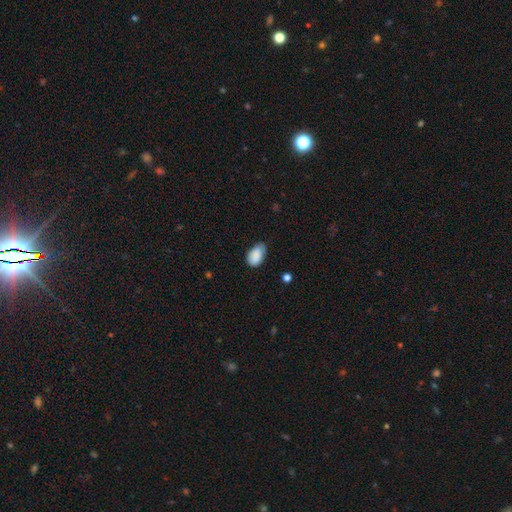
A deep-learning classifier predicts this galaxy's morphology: A smooth galaxy with no disk features (88%) that is in between round and cigar-shaped (92%). Merging: none (57%).